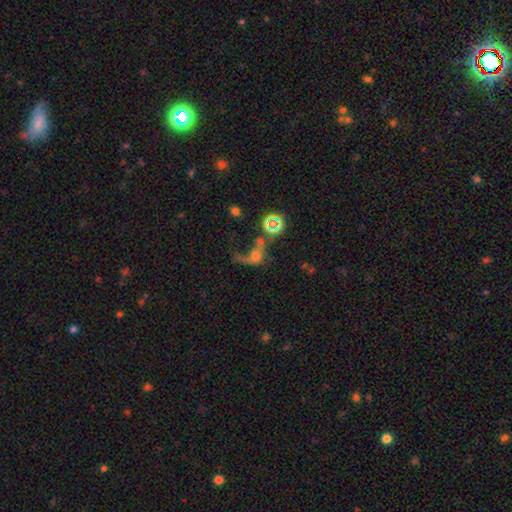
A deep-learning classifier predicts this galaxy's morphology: Smooth or featured: featured or disk — 37% (smooth — 36%)
Merging: major disturbance — 43% (merger — 26%)